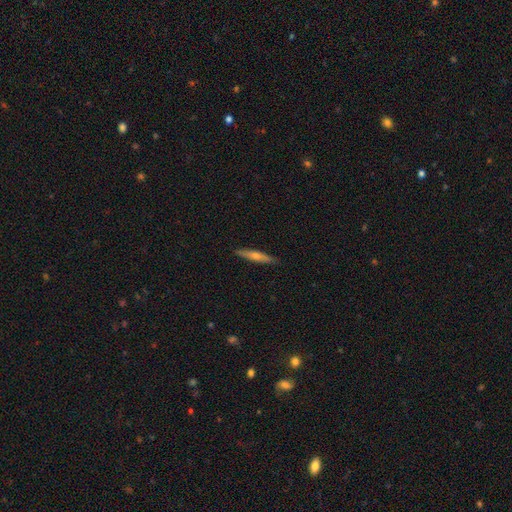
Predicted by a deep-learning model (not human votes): Morphology: type=featured or disk (50%); merging=none (90%).